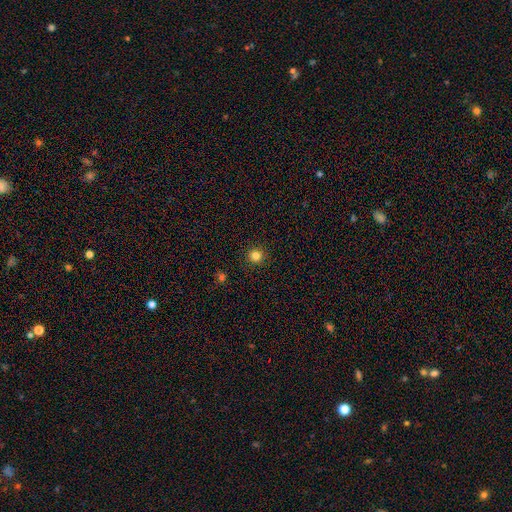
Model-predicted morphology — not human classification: Smooth or featured: smooth — 83% (star or artifact — 12%)
How rounded: round — 95% (in between — 4%)
Merging: none — 92% (minor disturbance — 5%)